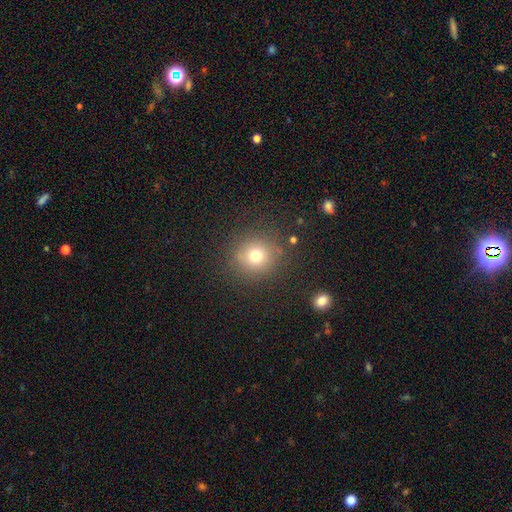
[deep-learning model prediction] The model was most divided on "smooth or featured": smooth: 73%, star or artifact: 17%, featured or disk: 11%. More confident: how rounded — round (91%); merging — none (85%).